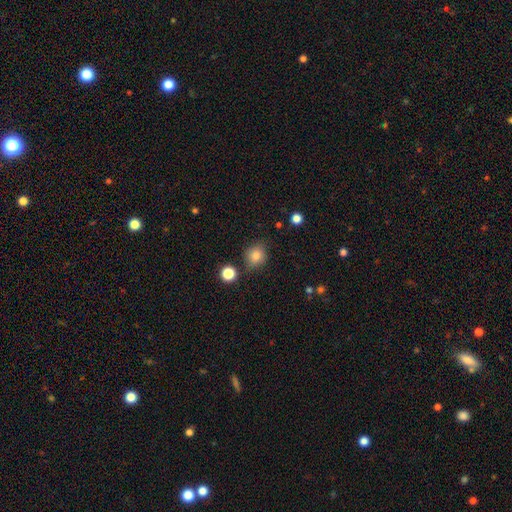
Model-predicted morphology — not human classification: Q: Smooth or featured?
A: smooth (81%); runner-up: star or artifact (12%)
Q: How rounded?
A: round (76%); runner-up: in between (23%)
Q: Merging?
A: none (81%); runner-up: minor disturbance (12%)